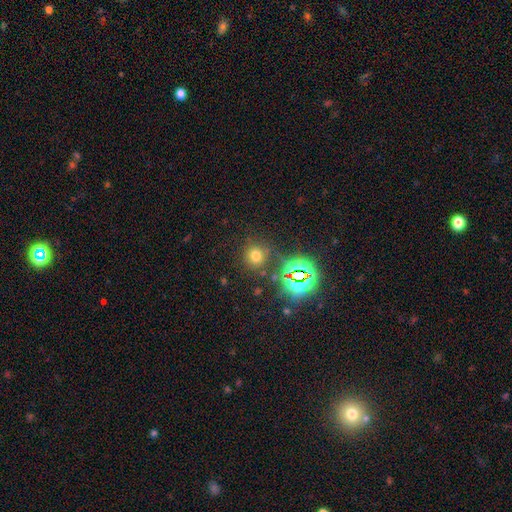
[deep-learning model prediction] Q: Smooth or featured?
A: smooth (62%); runner-up: star or artifact (30%)
Q: How rounded?
A: round (89%); runner-up: in between (10%)
Q: Merging?
A: none (80%); runner-up: minor disturbance (10%)